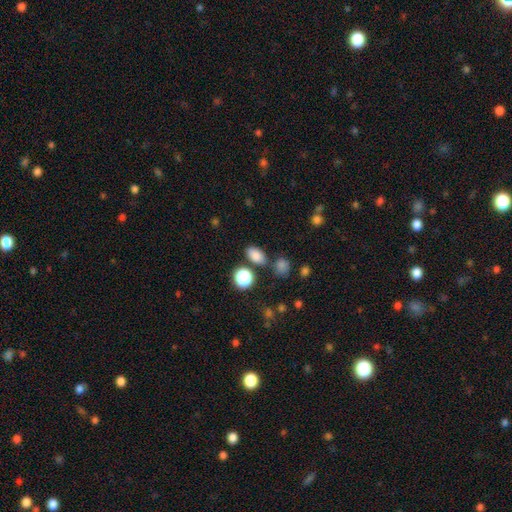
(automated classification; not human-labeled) This appears to be a smooth galaxy with no disk features (80%) that is in between round and cigar-shaped (83%). Merging: none (77%).